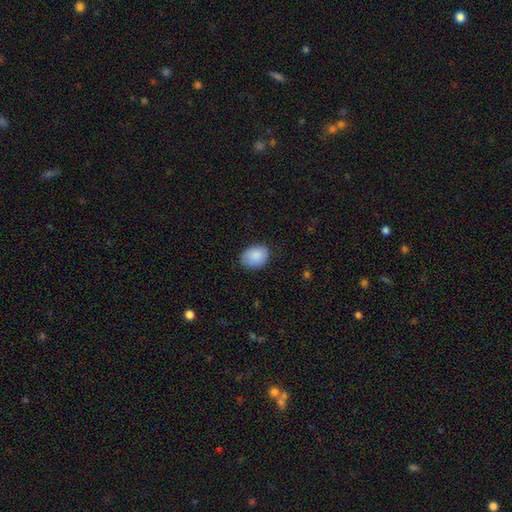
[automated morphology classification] Smooth or featured: smooth — 88% (star or artifact — 7%)
How rounded: in between — 70% (round — 29%)
Merging: none — 76% (minor disturbance — 19%)